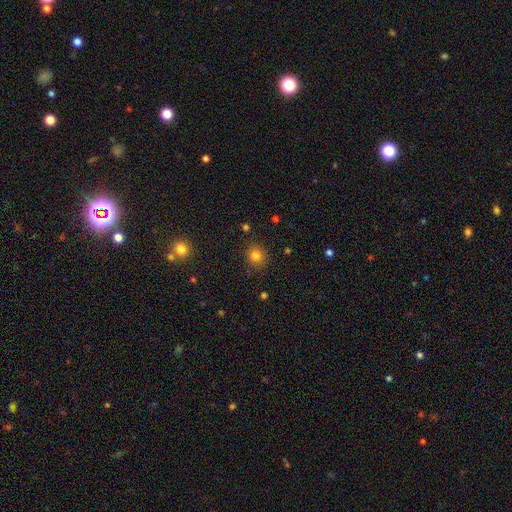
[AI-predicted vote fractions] A smooth galaxy with no disk features (80%) that is round (88%).

Vote fractions:
- Smooth or featured? smooth: 80% / star or artifact: 14% / featured or disk: 6%
- How rounded? round: 88% / in between: 11% / cigar-shaped: 1%
- Merging? none: 88% / minor disturbance: 8% / major disturbance: 2% / merger: 2%